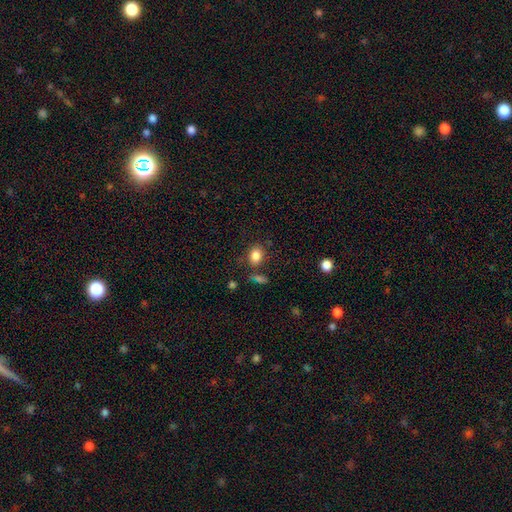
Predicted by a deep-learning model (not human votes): This is clearly a smooth galaxy (84%). How rounded: possibly in between (59%). Merging: likely none (73%).